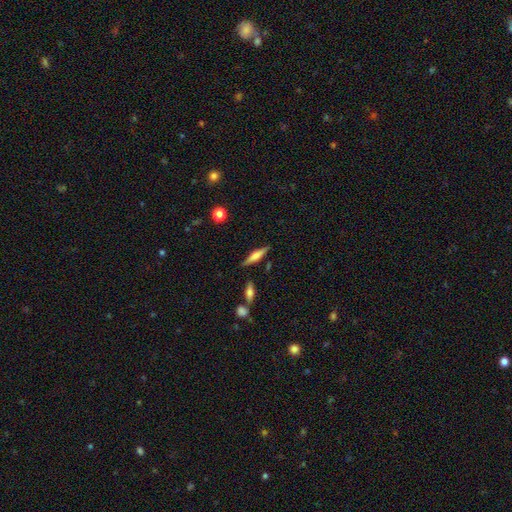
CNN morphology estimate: type=featured or disk (47%); merging=none (83%).